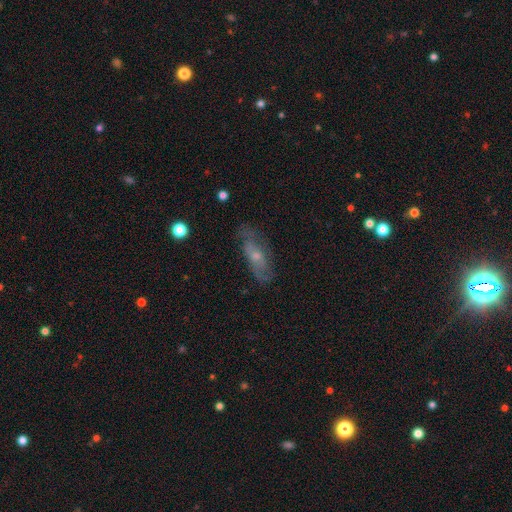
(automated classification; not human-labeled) Smooth or featured?
  - featured or disk: 58% *
  - smooth: 33%
  - star or artifact: 9%
Edge-on disk?
  - no: 76% *
  - yes: 24%
Merging?
  - none: 70% *
  - minor disturbance: 20%
  - major disturbance: 8%
  - merger: 2%